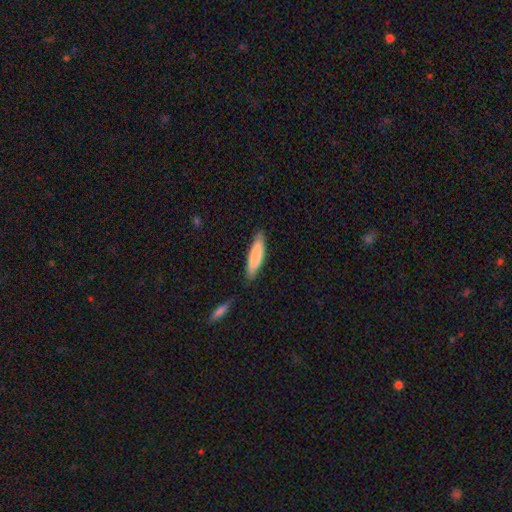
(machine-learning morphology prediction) Q: Smooth or featured?
A: smooth (83%); runner-up: featured or disk (12%)
Q: How rounded?
A: cigar-shaped (72%); runner-up: in between (27%)
Q: Merging?
A: none (84%); runner-up: minor disturbance (12%)